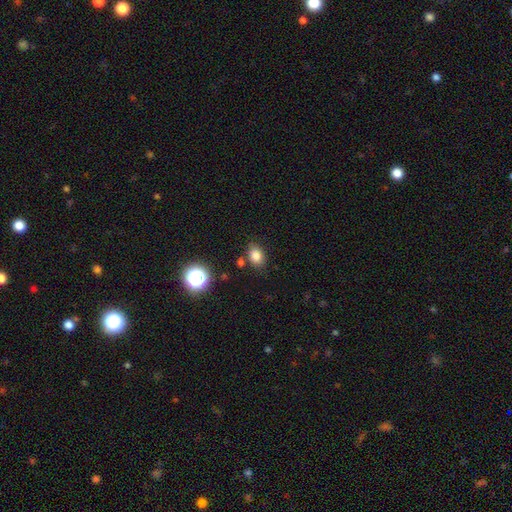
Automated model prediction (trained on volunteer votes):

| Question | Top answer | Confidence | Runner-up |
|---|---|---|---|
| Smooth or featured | smooth | 81% | star or artifact (13%) |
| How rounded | in between | 64% | round (35%) |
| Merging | none | 76% | minor disturbance (15%) |